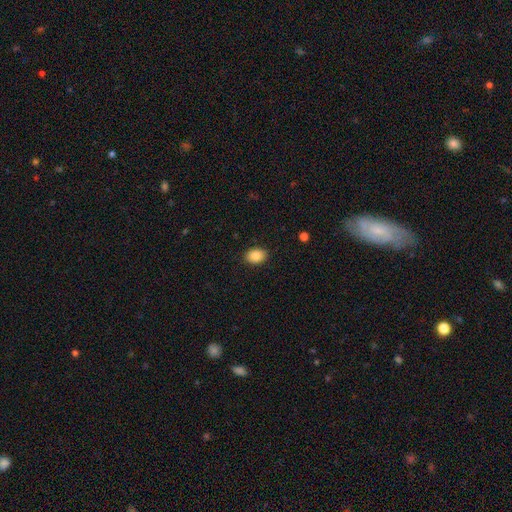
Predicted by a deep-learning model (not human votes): Smooth or featured? smooth (87%)
How rounded? in between (76%)
Merging? none (89%)